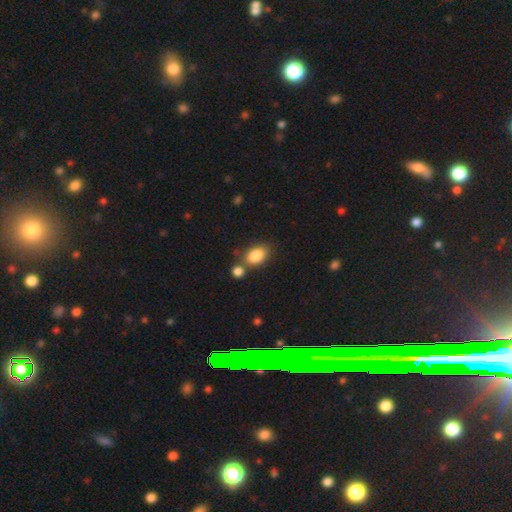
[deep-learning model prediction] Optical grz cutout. It shows a smooth galaxy with no disk features (85%) that is in between round and cigar-shaped (84%). Merging: none (60%).